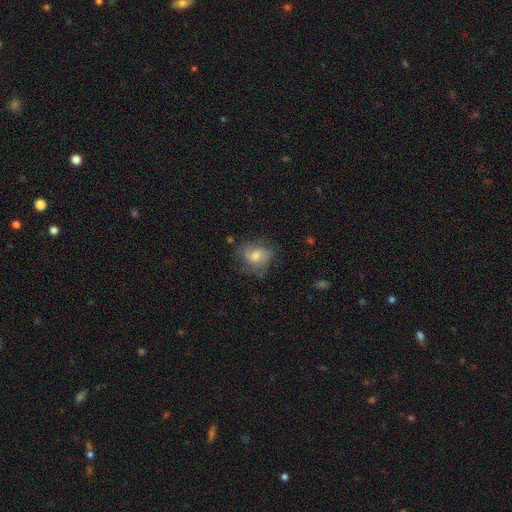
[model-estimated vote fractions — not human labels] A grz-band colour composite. It shows a smooth galaxy with no disk features (47%). Merging: none (62%).